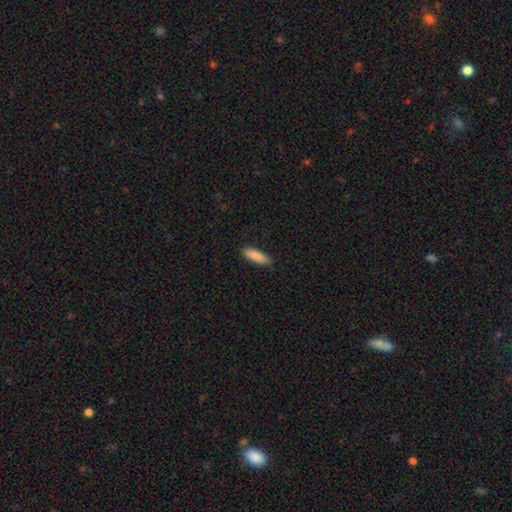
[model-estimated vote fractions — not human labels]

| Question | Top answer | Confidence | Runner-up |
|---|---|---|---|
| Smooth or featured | smooth | 87% | featured or disk (7%) |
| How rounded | cigar-shaped | 60% | in between (38%) |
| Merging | none | 86% | minor disturbance (11%) |